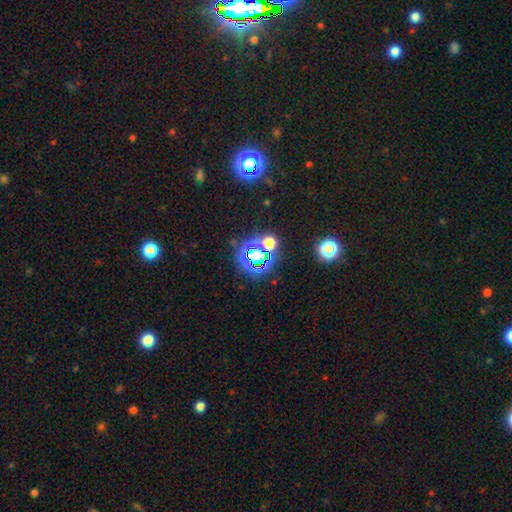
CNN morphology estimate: Overall: star or artifact (61%; smooth 28%).